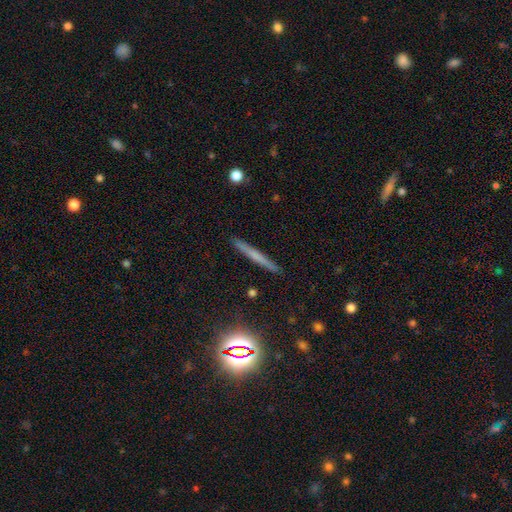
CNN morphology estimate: type=smooth (50%); roundness=cigar-shaped (95%); merging=none (91%).